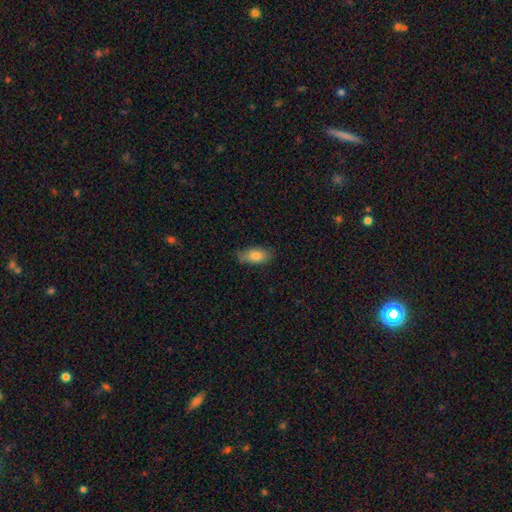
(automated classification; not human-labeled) Morphology: type=smooth (81%); roundness=in between (89%); merging=none (73%).